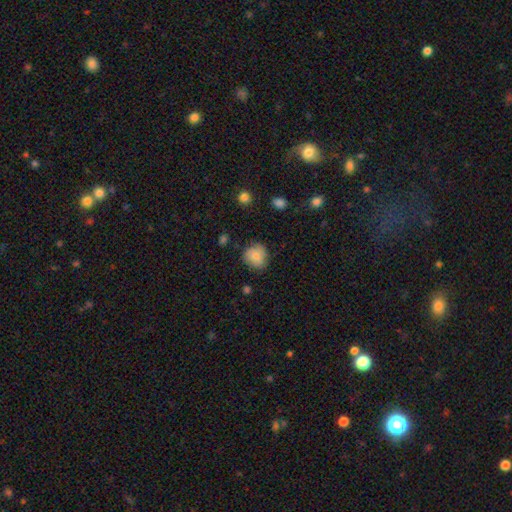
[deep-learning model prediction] Overall: smooth (80%). How rounded: round (83%). Merging: none (74%).